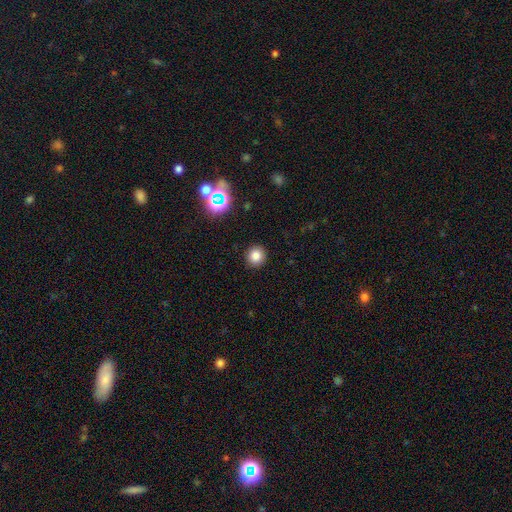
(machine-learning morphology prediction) smooth-or-featured: smooth: 81% | star or artifact: 14% | featured or disk: 5%
  how-rounded: round: 91% | in between: 8% | cigar-shaped: 1%
  merging: none: 91% | minor disturbance: 6% | major disturbance: 2% | merger: 1%